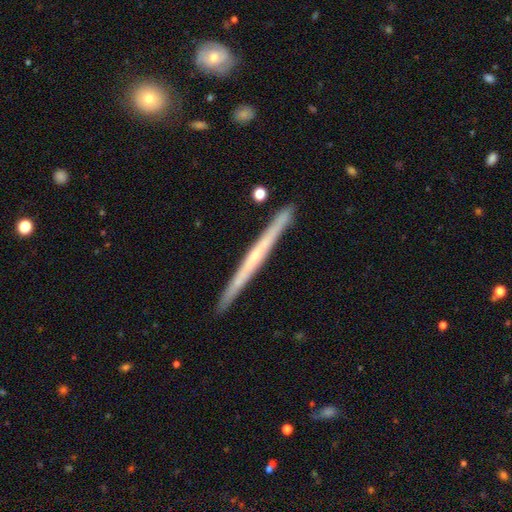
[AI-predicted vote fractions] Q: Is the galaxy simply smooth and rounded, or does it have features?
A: featured or disk — 66%.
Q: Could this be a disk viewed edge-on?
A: yes — 97%.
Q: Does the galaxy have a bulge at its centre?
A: none — 67%.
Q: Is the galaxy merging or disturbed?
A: none — 91%.